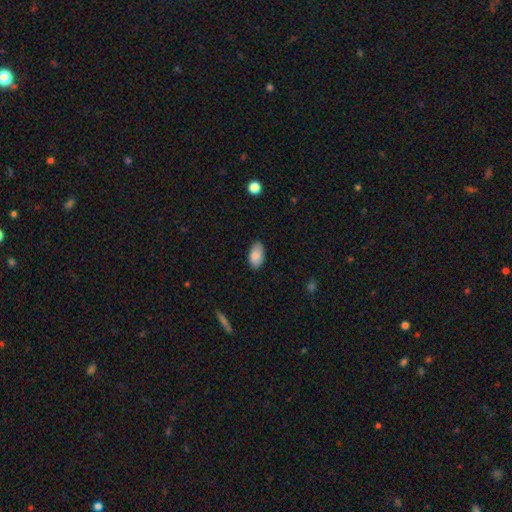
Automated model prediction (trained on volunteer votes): Overall: smooth (88%). How rounded: in between (95%). Merging: none (84%).